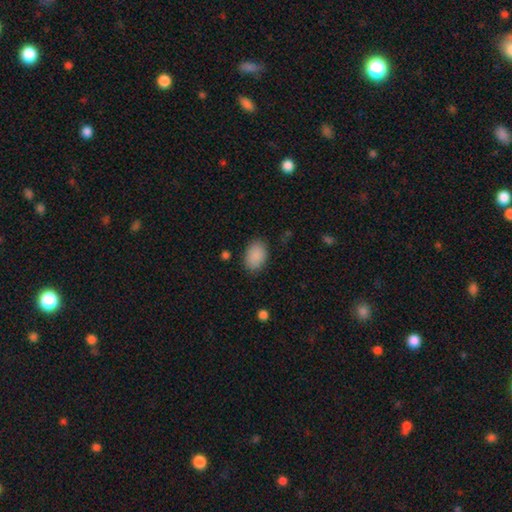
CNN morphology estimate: type=smooth (90%); roundness=in between (86%); merging=none (85%).